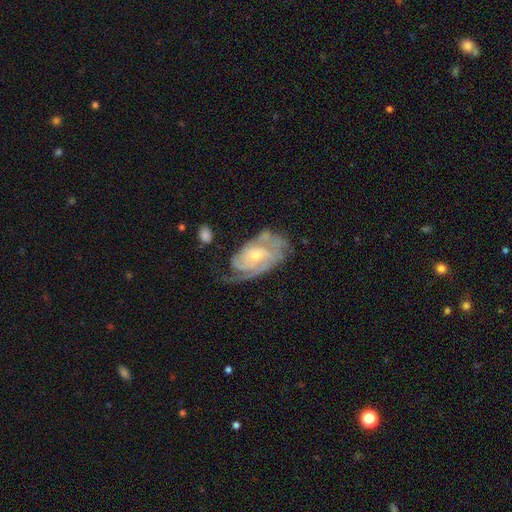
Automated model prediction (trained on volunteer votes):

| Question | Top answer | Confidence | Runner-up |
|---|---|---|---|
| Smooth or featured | featured or disk | 85% | smooth (10%) |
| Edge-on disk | no | 96% | yes (4%) |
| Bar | no | 65% | weak (29%) |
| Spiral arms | yes | 95% | no (5%) |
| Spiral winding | tight | 58% | medium (33%) |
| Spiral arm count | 2 | 32% | can't tell (29%) |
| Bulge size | small | 62% | moderate (32%) |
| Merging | none | 52% | minor disturbance (26%) |